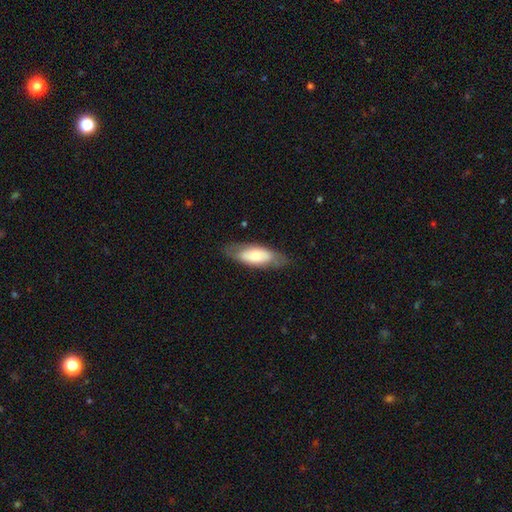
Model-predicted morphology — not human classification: The model was most divided on "smooth or featured": smooth: 59%, featured or disk: 35%, star or artifact: 6%. More confident: how rounded — in between (76%); merging — none (76%).